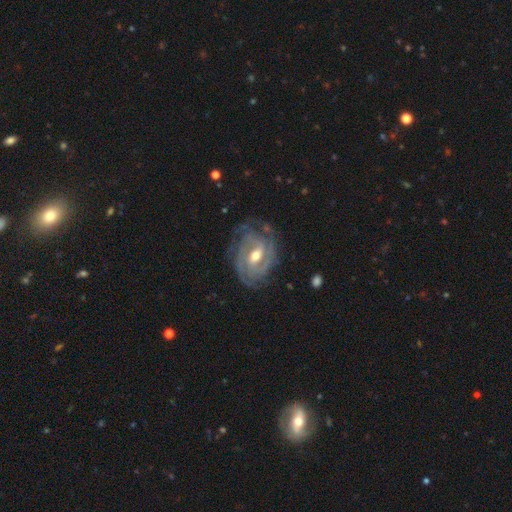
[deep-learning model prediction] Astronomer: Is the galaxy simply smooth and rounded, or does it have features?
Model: featured or disk — 89%.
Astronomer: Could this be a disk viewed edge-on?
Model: no — 97%.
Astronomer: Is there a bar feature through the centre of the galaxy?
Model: weak — 49% (runner-up: strong, 27%).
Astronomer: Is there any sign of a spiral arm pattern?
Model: yes — 96%.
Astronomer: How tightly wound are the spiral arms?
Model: tight — 66%.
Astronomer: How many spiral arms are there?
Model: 2 — 30% (runner-up: 3, 27%).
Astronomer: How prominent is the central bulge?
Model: moderate — 69%.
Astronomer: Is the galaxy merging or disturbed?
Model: none — 71%.